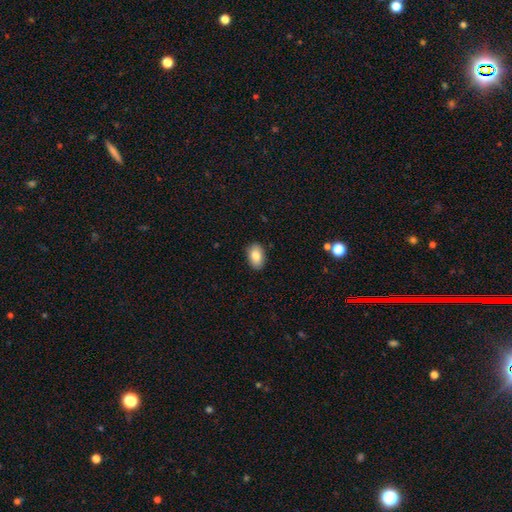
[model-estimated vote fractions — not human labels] smooth-or-featured: smooth: 84% | featured or disk: 8% | star or artifact: 7%
  how-rounded: in between: 90% | round: 9% | cigar-shaped: 1%
  merging: none: 88% | minor disturbance: 9% | major disturbance: 2% | merger: 1%